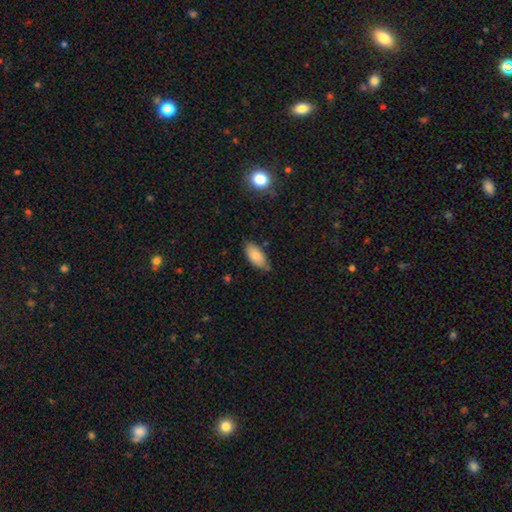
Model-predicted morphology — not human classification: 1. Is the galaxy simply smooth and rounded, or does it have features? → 82% smooth, 11% featured or disk, 7% star or artifact.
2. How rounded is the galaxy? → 90% in between, 8% cigar-shaped, 2% round.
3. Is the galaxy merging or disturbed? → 73% none, 21% minor disturbance, 3% major disturbance, 3% merger.